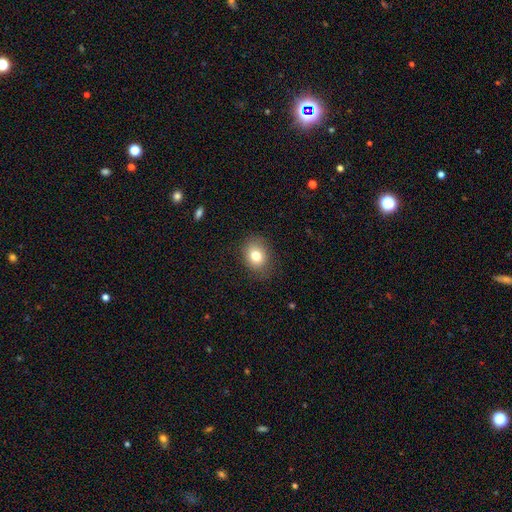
Q: Smooth or featured?
A: smooth (82%); runner-up: star or artifact (10%)
Q: How rounded?
A: in between (58%); runner-up: round (42%)
Q: Merging?
A: none (81%); runner-up: minor disturbance (11%)